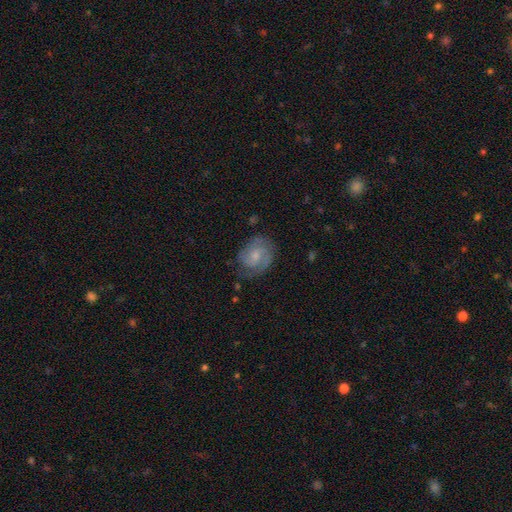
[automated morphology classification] Smooth or featured?
  - featured or disk: 71% *
  - smooth: 23%
  - star or artifact: 7%
Edge-on disk?
  - no: 98% *
  - yes: 2%
Bar?
  - no: 54% *
  - weak: 41%
  - strong: 5%
Spiral arms?
  - yes: 93% *
  - no: 7%
Spiral winding?
  - tight: 45% *
  - medium: 42%
  - loose: 13%
Spiral arm count?
  - 2: 63% *
  - can't tell: 17%
  - 3: 9%
  - 1: 7%
  - 4: 2%
  - more than 4: 2%
Bulge size?
  - small: 48% *
  - moderate: 38%
  - none: 9%
  - large: 3%
  - dominant: 1%
Merging?
  - none: 69% *
  - minor disturbance: 21%
  - major disturbance: 9%
  - merger: 2%